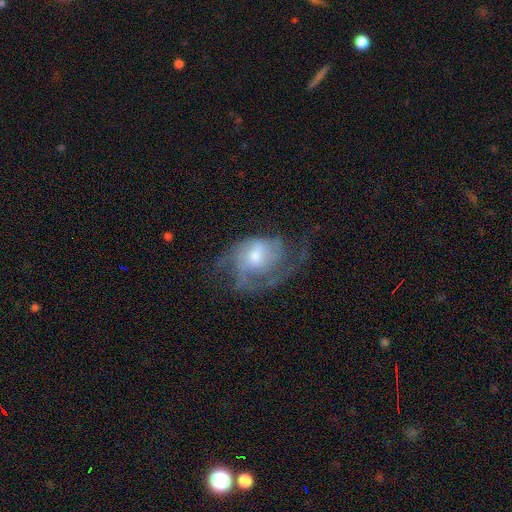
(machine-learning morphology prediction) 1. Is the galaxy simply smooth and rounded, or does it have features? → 73% featured or disk, 20% smooth, 7% star or artifact.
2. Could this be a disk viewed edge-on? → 97% no, 3% yes.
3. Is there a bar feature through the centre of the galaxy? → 60% no, 34% weak, 6% strong.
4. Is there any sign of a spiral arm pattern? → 84% yes, 16% no.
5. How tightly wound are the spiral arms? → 43% medium, 31% loose, 26% tight.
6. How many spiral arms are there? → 34% 2, 27% can't tell, 19% 1, 13% 3, 4% 4, 3% more than 4.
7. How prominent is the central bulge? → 57% moderate, 29% small, 9% large, 4% none, 1% dominant.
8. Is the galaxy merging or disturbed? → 39% none, 38% major disturbance, 21% minor disturbance, 2% merger.